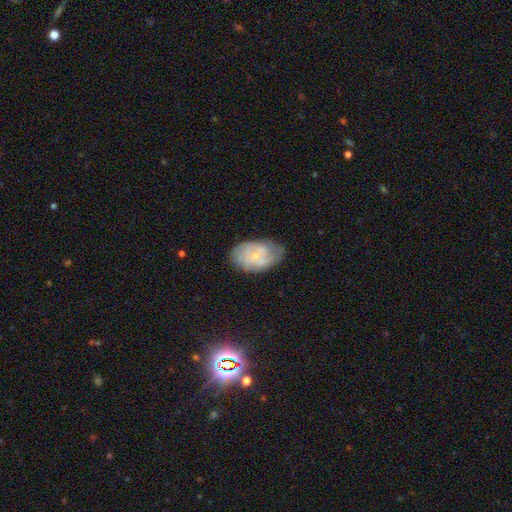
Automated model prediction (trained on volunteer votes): The model was most divided on "spiral arm count": can't tell: 44%, 2: 24%, 3: 14%, 4: 8%, 1: 5%, more than 4: 5%. More confident: edge-on disk — no (96%); spiral arms — yes (88%); bulge size — small (76%); bar — no (72%); smooth or featured — featured or disk (68%); merging — none (68%); spiral winding — tight (55%).